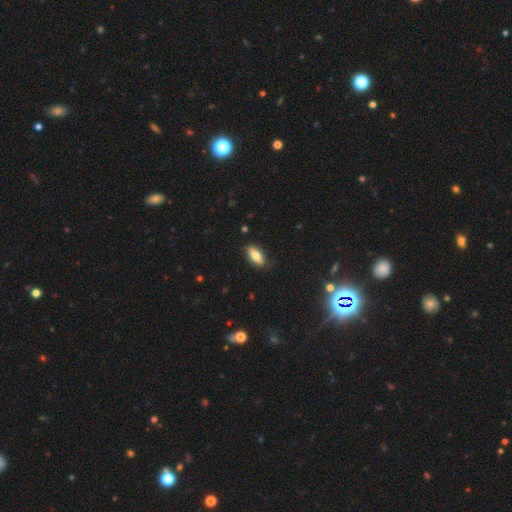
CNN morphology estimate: Smooth or featured? Predicted: smooth (p=0.74). How rounded? Predicted: in between (p=0.82). Merging? Predicted: none (p=0.85).